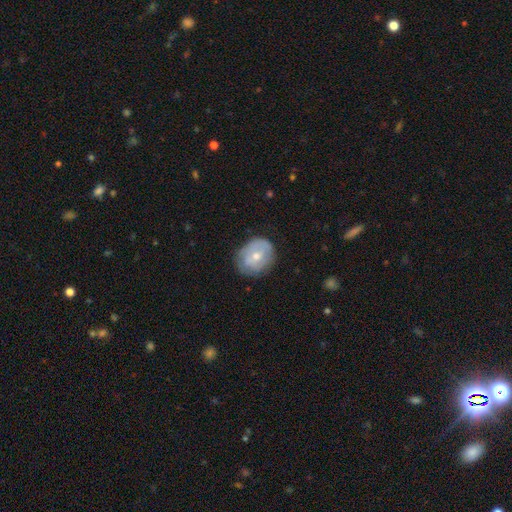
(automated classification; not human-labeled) A smooth galaxy with no disk features (55%) that is round (57%). Merging: none (69%).